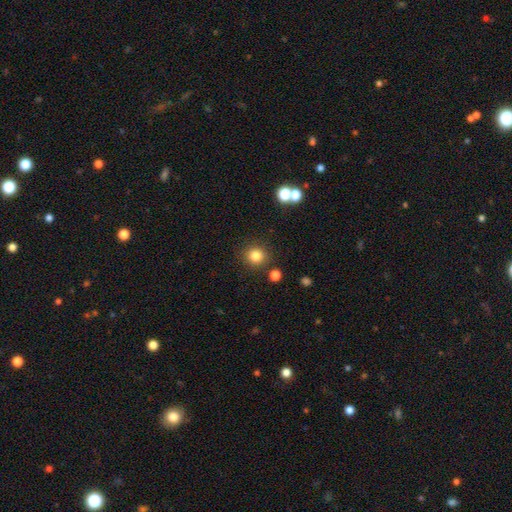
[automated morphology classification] smooth_or_featured: smooth (p=0.82) [alt: star or artifact p=0.12]
how_rounded: round (p=0.90) [alt: in between p=0.09]
merging: none (p=0.87) [alt: minor disturbance p=0.07]